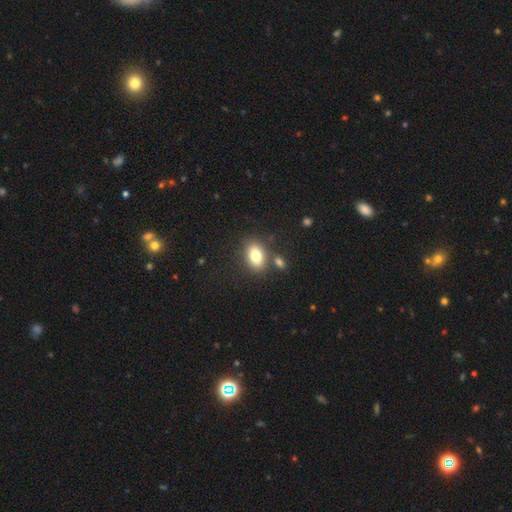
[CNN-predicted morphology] The model was most divided on "merging": none: 73%, merger: 13%, minor disturbance: 11%, major disturbance: 4%. More confident: how rounded — in between (84%); smooth or featured — smooth (79%).